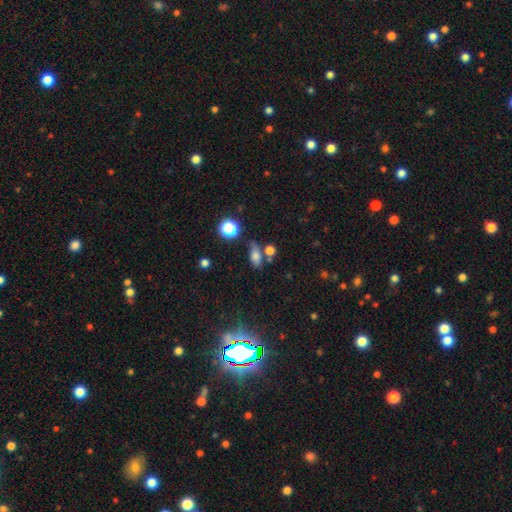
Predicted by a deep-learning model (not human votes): This appears to be a smooth galaxy with no disk features (73%) that is in between round and cigar-shaped (76%). Merging: none (58%).